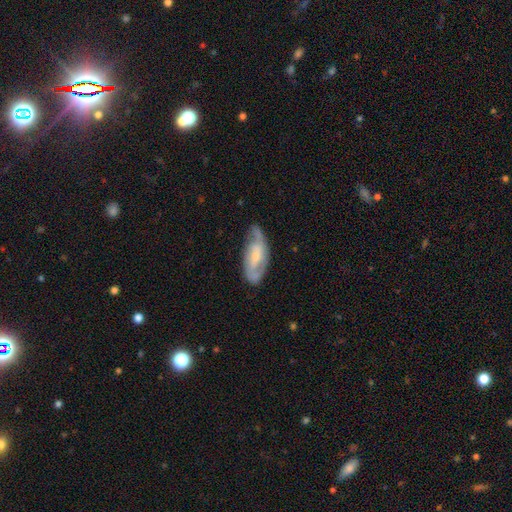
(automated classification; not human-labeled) A featured or disk galaxy (72%) with no bar (42%, tied with weak), 2 (74%) medium (46%) spiral arms (89%) and a small central bulge (55%). Merging: none (66%).